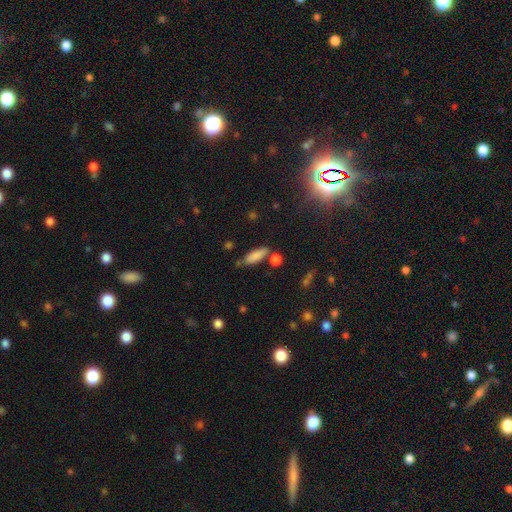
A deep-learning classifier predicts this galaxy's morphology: Smooth or featured: smooth — 82% (featured or disk — 10%)
How rounded: in between — 57% (cigar-shaped — 41%)
Merging: none — 68% (minor disturbance — 16%)